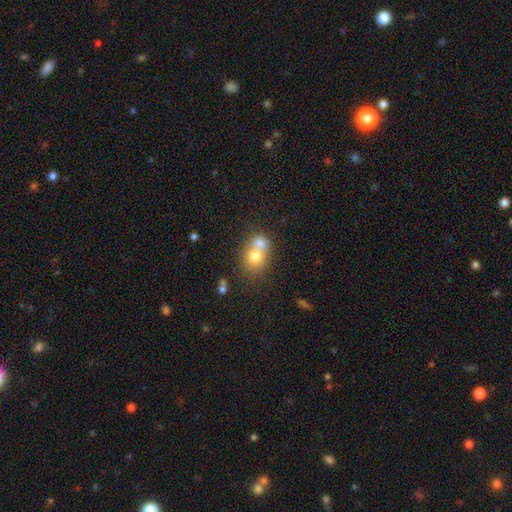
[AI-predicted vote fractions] This appears to be a smooth galaxy with no disk features (72%) that is round (64%). Merging: merger (64%).